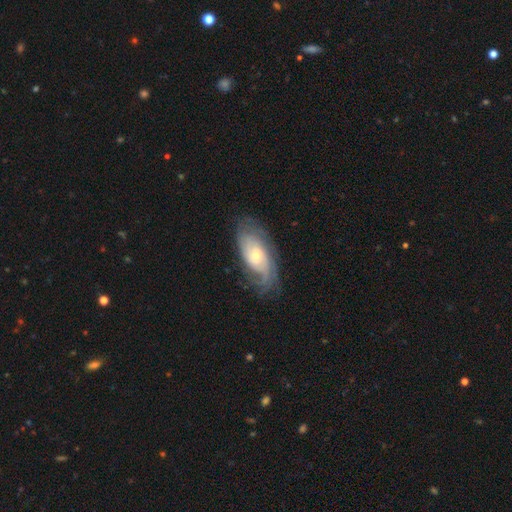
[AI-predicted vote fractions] featured or disk 75%, smooth 19%, star or artifact 6%. Down the decision tree: edge-on disk — no (92%); bar — no (74%); spiral arms — yes (89%); spiral arm count — can't tell (44%); spiral winding — tight (54%); bulge size — small (59%); merging — none (70%).